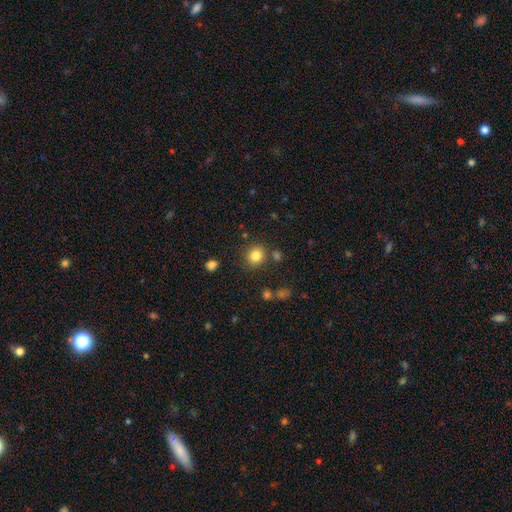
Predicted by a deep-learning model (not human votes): A smooth galaxy with no disk features (82%) that is round (83%).

Vote fractions:
- Smooth or featured? smooth: 82% / star or artifact: 12% / featured or disk: 6%
- How rounded? round: 83% / in between: 16% / cigar-shaped: 1%
- Merging? none: 83% / minor disturbance: 9% / merger: 5% / major disturbance: 3%